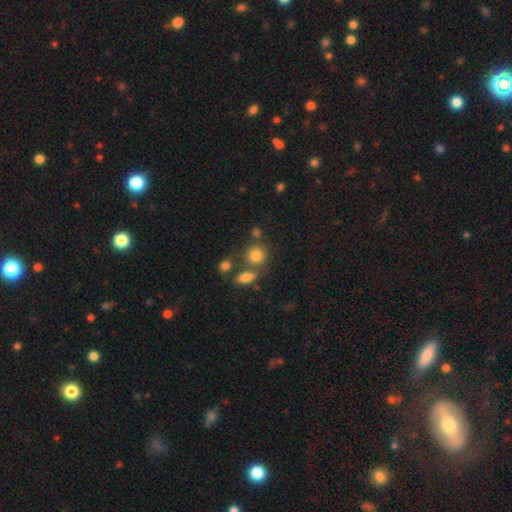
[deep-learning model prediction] This appears to be a smooth galaxy with no disk features (80%) that is round (81%). Merging: none (62%).